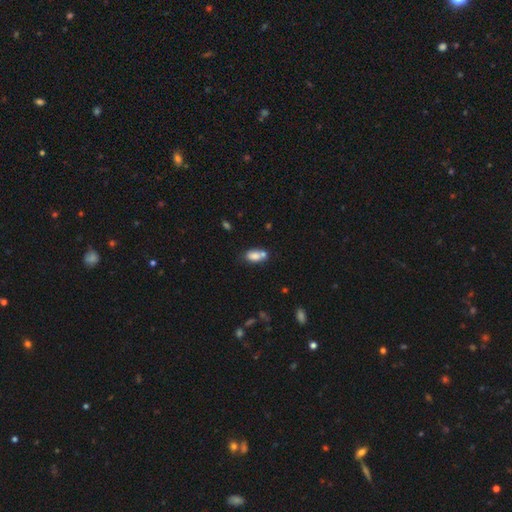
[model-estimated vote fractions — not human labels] A smooth galaxy with no disk features (79%) that is in between round and cigar-shaped (84%). Merging: none (41%).